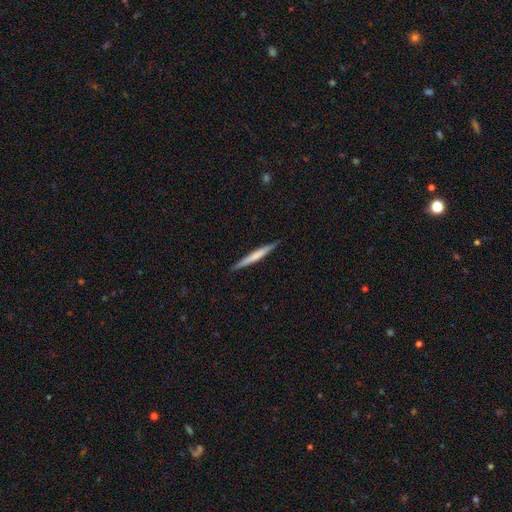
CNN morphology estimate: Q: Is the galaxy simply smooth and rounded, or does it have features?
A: smooth — 51%.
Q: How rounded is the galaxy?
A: cigar-shaped — 96%.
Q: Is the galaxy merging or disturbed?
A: none — 90%.